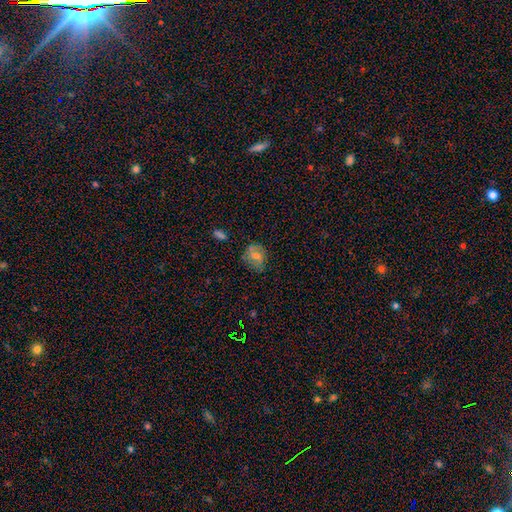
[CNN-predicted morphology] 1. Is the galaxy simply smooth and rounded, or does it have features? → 62% smooth, 26% featured or disk, 12% star or artifact.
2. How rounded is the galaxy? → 54% round, 44% in between, 1% cigar-shaped.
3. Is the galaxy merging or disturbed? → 70% none, 21% minor disturbance, 6% major disturbance, 2% merger.